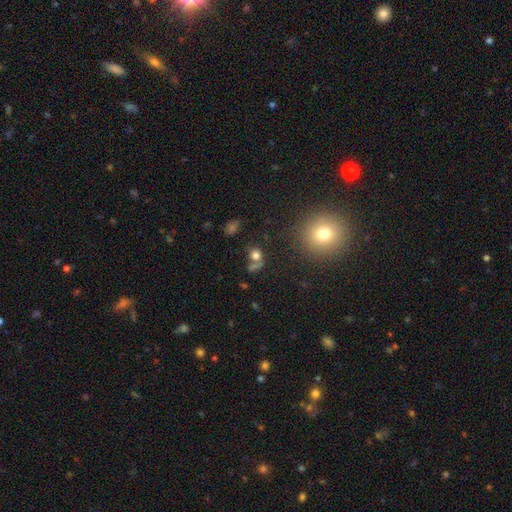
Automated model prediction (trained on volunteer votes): smooth_or_featured: smooth (p=0.72) [alt: star or artifact p=0.17]
how_rounded: round (p=0.70) [alt: in between p=0.28]
merging: none (p=0.51) [alt: merger p=0.25]